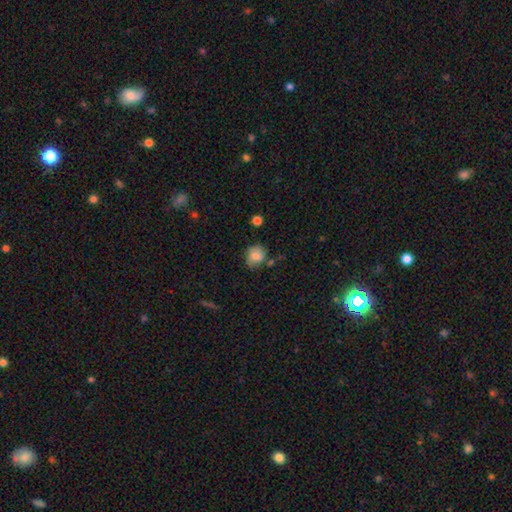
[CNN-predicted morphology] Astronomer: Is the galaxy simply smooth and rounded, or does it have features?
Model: smooth — 74%.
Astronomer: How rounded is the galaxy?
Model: round — 67%.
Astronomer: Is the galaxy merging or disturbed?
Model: none — 56%.